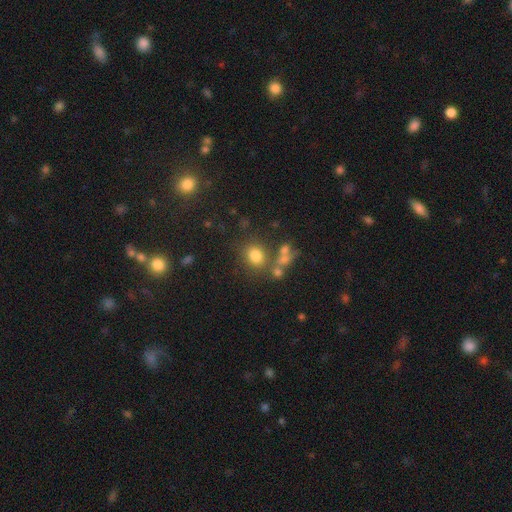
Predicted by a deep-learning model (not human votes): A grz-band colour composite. It shows a smooth galaxy with no disk features (77%) that is round (69%). Merging: none (69%).